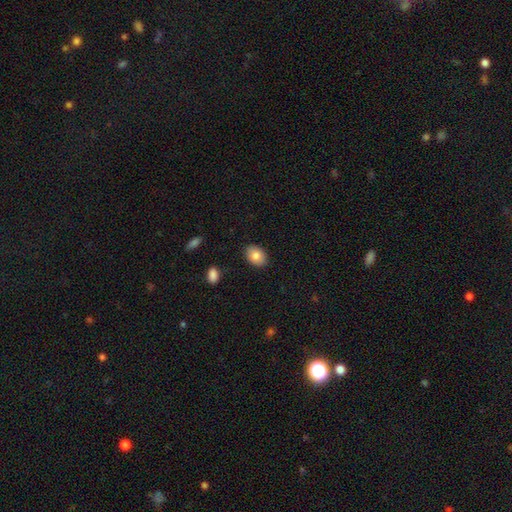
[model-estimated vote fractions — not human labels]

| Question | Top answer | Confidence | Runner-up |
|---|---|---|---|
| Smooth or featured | smooth | 83% | featured or disk (9%) |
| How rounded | in between | 81% | round (18%) |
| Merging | none | 88% | minor disturbance (8%) |